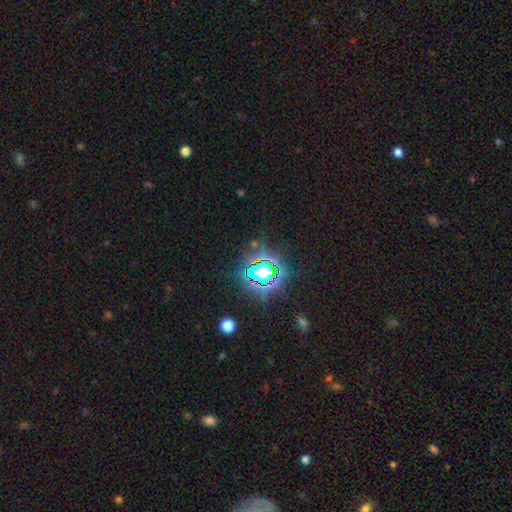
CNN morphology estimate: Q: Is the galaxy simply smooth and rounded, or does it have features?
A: star or artifact — 82%.